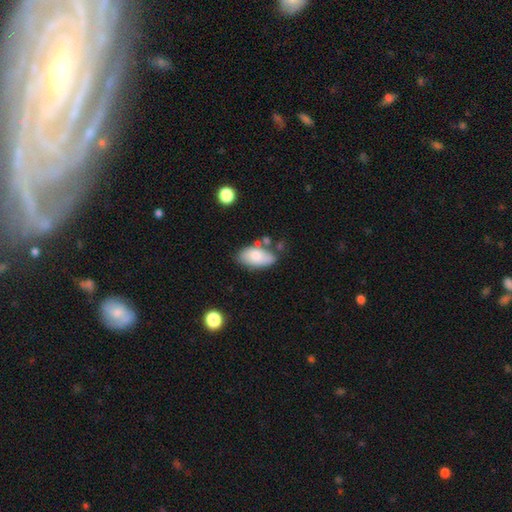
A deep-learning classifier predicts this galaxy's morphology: smooth 77%, featured or disk 17%, star or artifact 7%. Down the decision tree: how rounded — in between (94%); merging — none (61%).